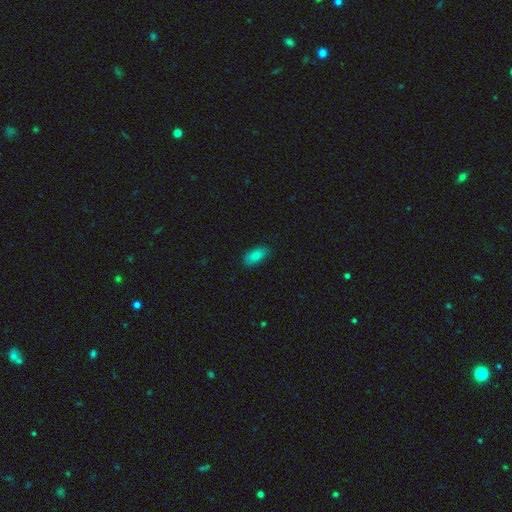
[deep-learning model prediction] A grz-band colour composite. It shows a smooth galaxy with no disk features (85%) that is in between round and cigar-shaped (89%). Merging: none (83%).